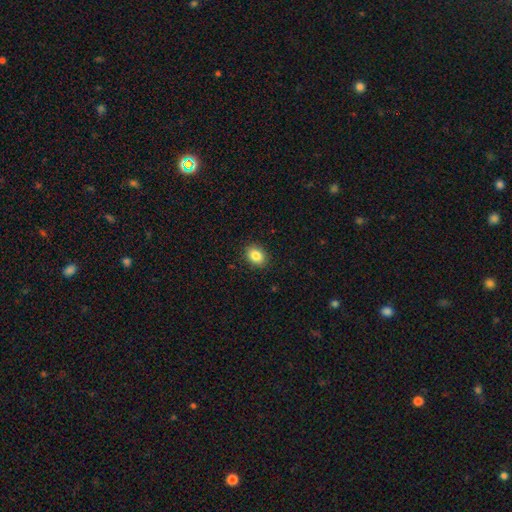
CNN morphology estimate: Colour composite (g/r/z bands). It shows a smooth galaxy with no disk features (85%) that is in between round and cigar-shaped (57%). Merging: none (90%).